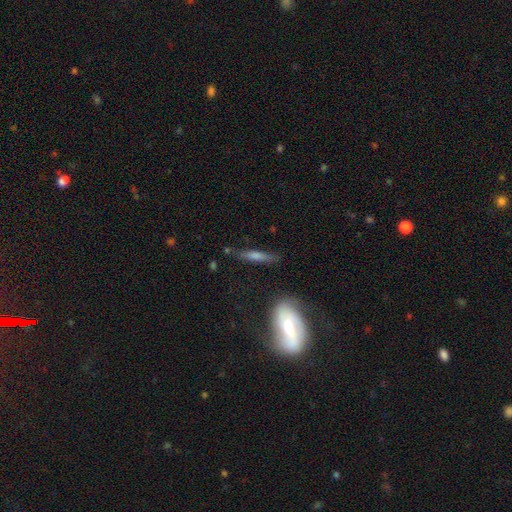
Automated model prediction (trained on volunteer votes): Smooth or featured: smooth — 52% (featured or disk — 40%)
How rounded: cigar-shaped — 85% (in between — 12%)
Merging: none — 80% (minor disturbance — 13%)